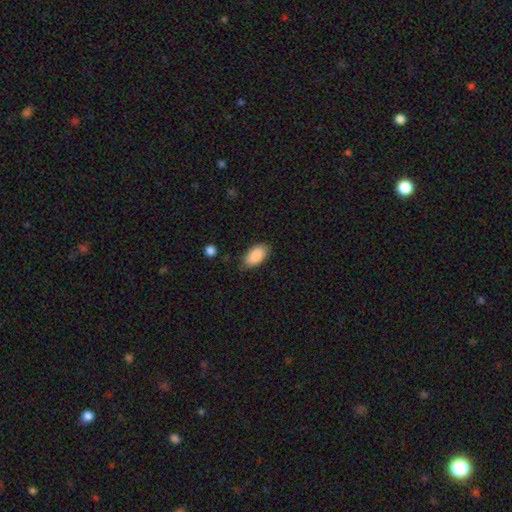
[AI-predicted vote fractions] smooth_or_featured: smooth (p=0.89) [alt: star or artifact p=0.06]
how_rounded: in between (p=0.93) [alt: cigar-shaped p=0.04]
merging: none (p=0.78) [alt: minor disturbance p=0.17]